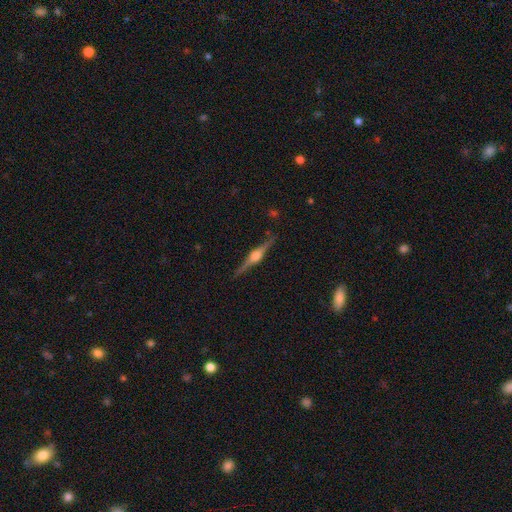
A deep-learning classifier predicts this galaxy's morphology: Smooth or featured? Predicted: featured or disk (p=0.86). Edge-on disk? Predicted: yes (p=0.98). Edge-on bulge? Predicted: rounded (p=0.92). Merging? Predicted: none (p=0.90).